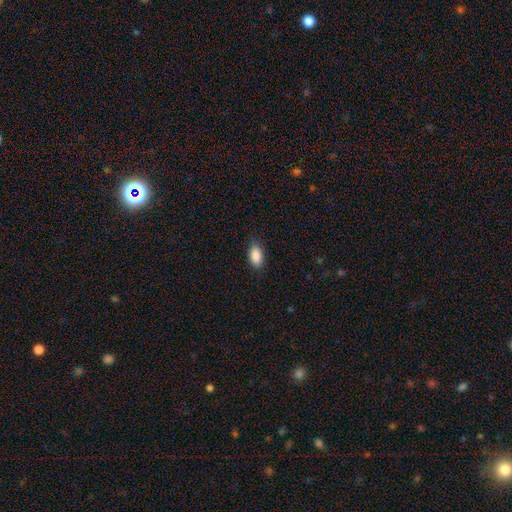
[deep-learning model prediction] A smooth galaxy with no disk features (89%) that is in between round and cigar-shaped (92%).

Vote fractions:
- Smooth or featured? smooth: 89% / star or artifact: 7% / featured or disk: 4%
- How rounded? in between: 92% / round: 4% / cigar-shaped: 4%
- Merging? none: 84% / minor disturbance: 12% / major disturbance: 3% / merger: 1%